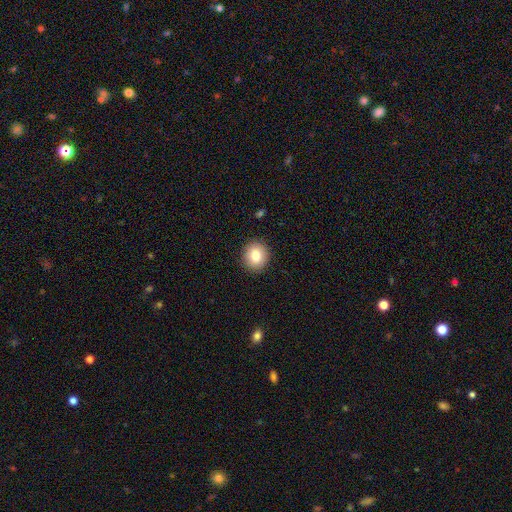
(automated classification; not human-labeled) Smooth or featured?
  - smooth: 81% *
  - featured or disk: 9%
  - star or artifact: 9%
How rounded?
  - round: 83% *
  - in between: 17%
  - cigar-shaped: 1%
Merging?
  - none: 91% *
  - minor disturbance: 6%
  - major disturbance: 2%
  - merger: 1%